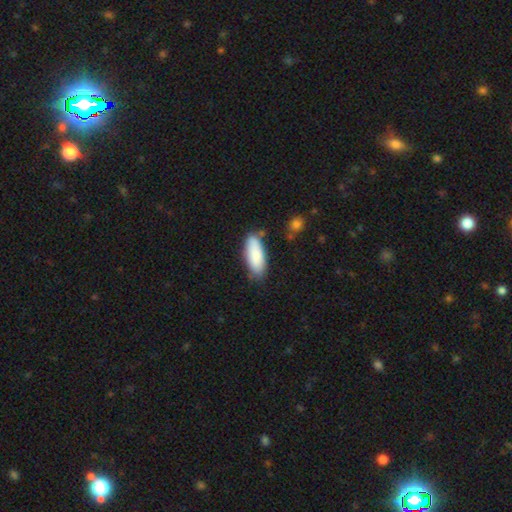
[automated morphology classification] This is clearly a smooth galaxy (86%). How rounded: likely in between (76%). Merging: likely none (77%).